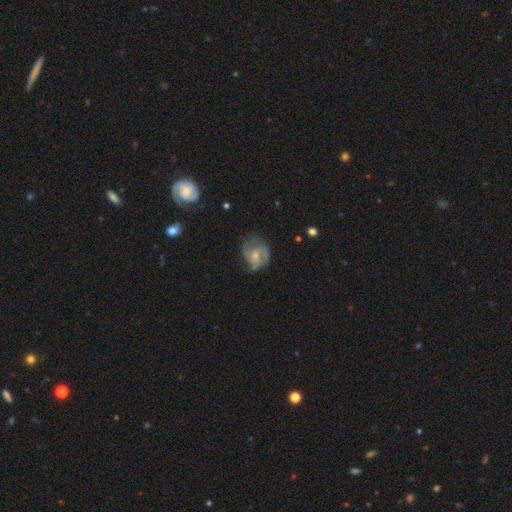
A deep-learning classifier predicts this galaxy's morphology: Smooth or featured?
  - featured or disk: 72% *
  - smooth: 22%
  - star or artifact: 7%
Edge-on disk?
  - no: 98% *
  - yes: 2%
Bar?
  - no: 66% *
  - weak: 30%
  - strong: 5%
Spiral arms?
  - yes: 86% *
  - no: 14%
Spiral winding?
  - medium: 47% *
  - tight: 30%
  - loose: 23%
Spiral arm count?
  - 2: 34% *
  - 3: 32%
  - can't tell: 21%
  - 4: 5%
  - 1: 5%
  - more than 4: 3%
Bulge size?
  - small: 48% *
  - moderate: 45%
  - none: 4%
  - large: 2%
  - dominant: 1%
Merging?
  - none: 51% *
  - minor disturbance: 28%
  - major disturbance: 19%
  - merger: 2%